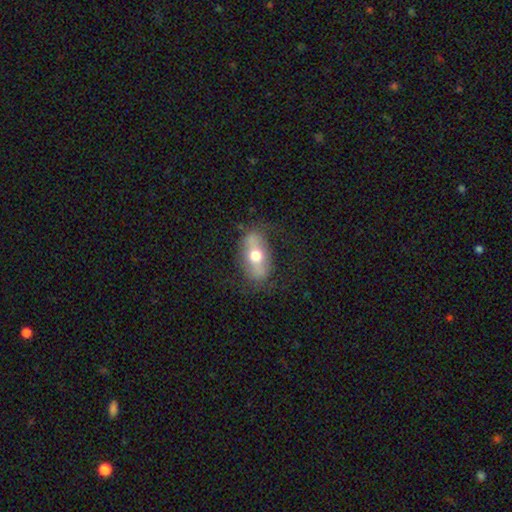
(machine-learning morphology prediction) Smooth or featured: smooth — 49% (featured or disk — 44%)
Merging: none — 73% (minor disturbance — 17%)